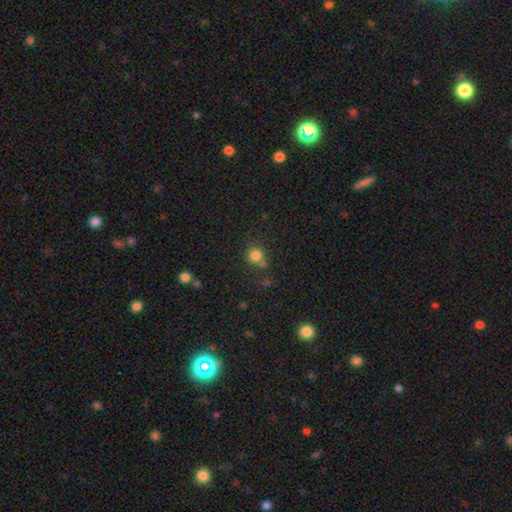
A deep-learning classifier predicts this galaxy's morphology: Q: Smooth or featured?
A: smooth (80%); runner-up: star or artifact (14%)
Q: How rounded?
A: round (88%); runner-up: in between (11%)
Q: Merging?
A: none (67%); runner-up: merger (14%)